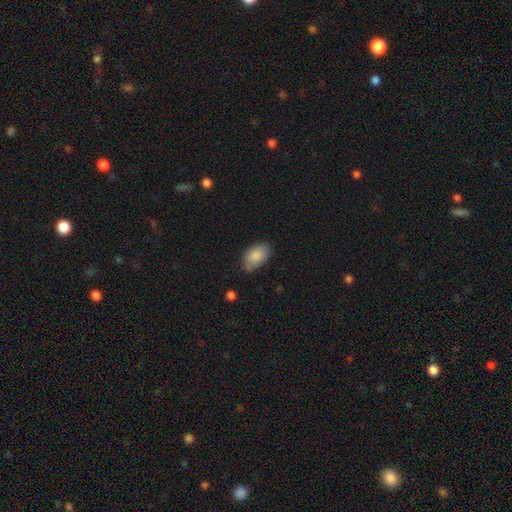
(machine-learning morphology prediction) A smooth galaxy with no disk features (86%) that is in between round and cigar-shaped (92%).

Vote fractions:
- Smooth or featured? smooth: 86% / featured or disk: 7% / star or artifact: 7%
- How rounded? in between: 92% / round: 7% / cigar-shaped: 1%
- Merging? none: 71% / minor disturbance: 22% / major disturbance: 4% / merger: 3%